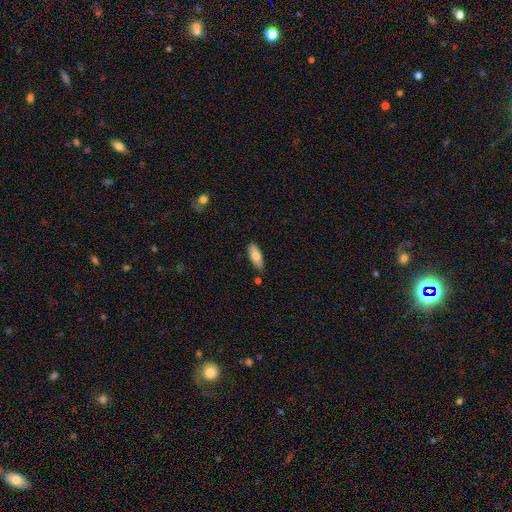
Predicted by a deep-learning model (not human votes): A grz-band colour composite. It shows a smooth galaxy with no disk features (77%) that is in between round and cigar-shaped (77%). Merging: none (81%).